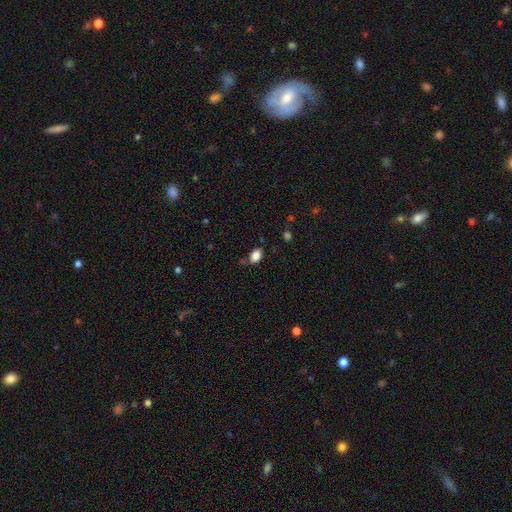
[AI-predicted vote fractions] Q: Smooth or featured?
A: smooth (85%); runner-up: star or artifact (10%)
Q: How rounded?
A: in between (84%); runner-up: round (15%)
Q: Merging?
A: none (70%); runner-up: minor disturbance (20%)